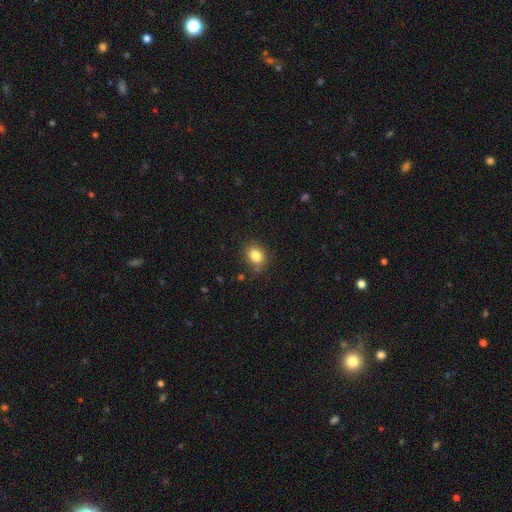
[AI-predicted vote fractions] Smooth or featured? smooth (83%)
How rounded? round (51%)
Merging? none (83%)